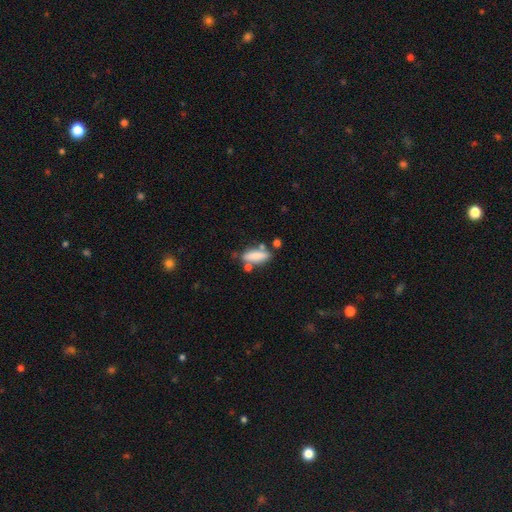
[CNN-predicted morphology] Overall: smooth (80%). How rounded: in between (60%; cigar-shaped 37%). Merging: none (59%).